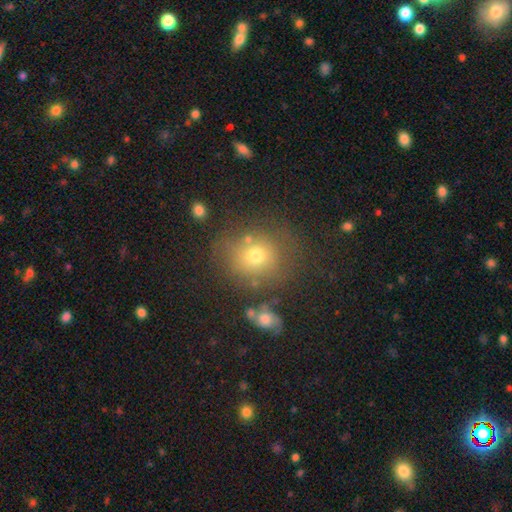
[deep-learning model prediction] Smooth or featured: smooth — 69% (star or artifact — 17%)
How rounded: round — 77% (in between — 22%)
Merging: none — 71% (minor disturbance — 15%)